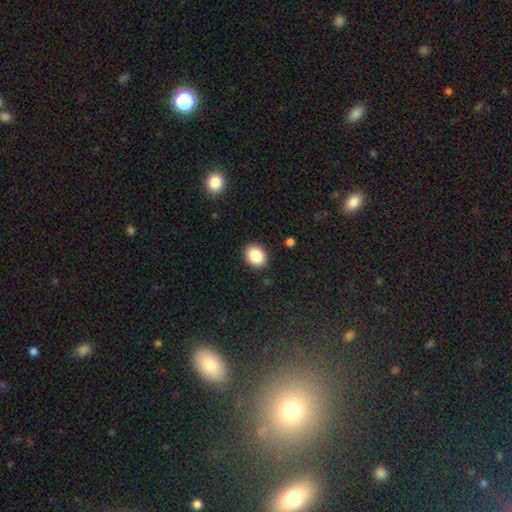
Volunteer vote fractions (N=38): Volunteers were most divided on "how rounded": in between: 66%, round: 34%, cigar-shaped: 0%. More confident: smooth or featured — smooth (92%); merging — none (92%).